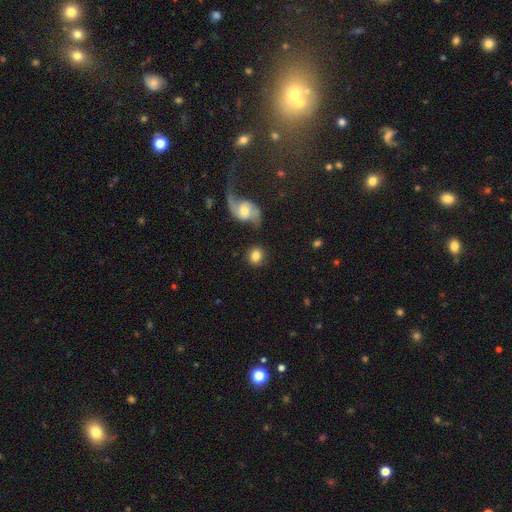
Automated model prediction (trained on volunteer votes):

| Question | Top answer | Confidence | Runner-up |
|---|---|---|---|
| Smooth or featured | smooth | 77% | featured or disk (15%) |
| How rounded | round | 81% | in between (17%) |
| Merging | none | 80% | minor disturbance (10%) |